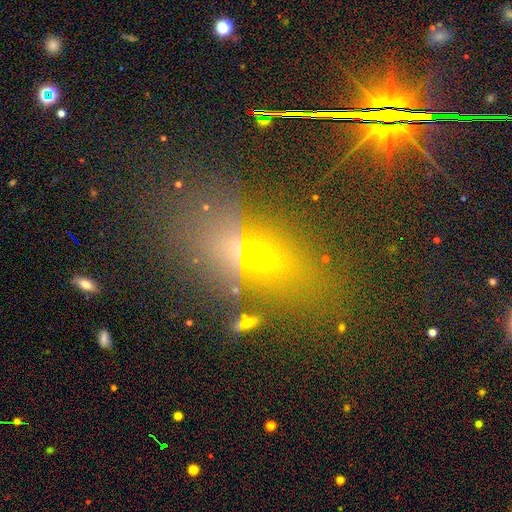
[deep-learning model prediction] A star or artifact, not a galaxy (43%).

Vote fractions:
- Smooth or featured? star or artifact: 43% / smooth: 35% / featured or disk: 22%